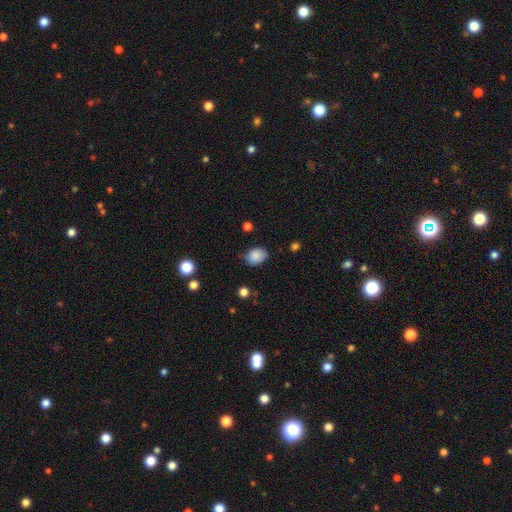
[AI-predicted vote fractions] smooth-or-featured: smooth: 86% | star or artifact: 8% | featured or disk: 5%
  how-rounded: in between: 65% | round: 34% | cigar-shaped: 1%
  merging: none: 67% | minor disturbance: 26% | major disturbance: 5% | merger: 2%